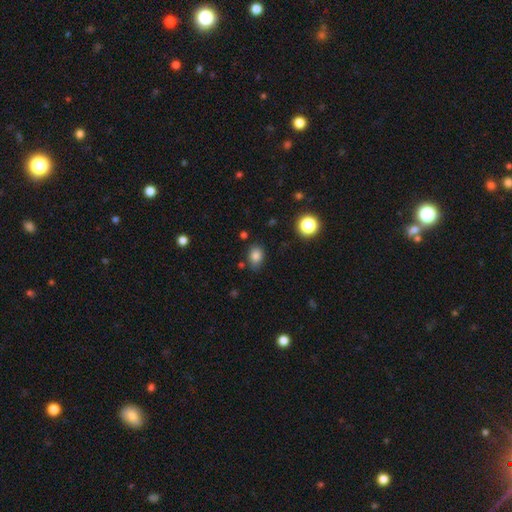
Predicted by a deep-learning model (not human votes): Smooth or featured: smooth — 82% (star or artifact — 12%)
How rounded: in between — 67% (round — 32%)
Merging: none — 74% (minor disturbance — 19%)